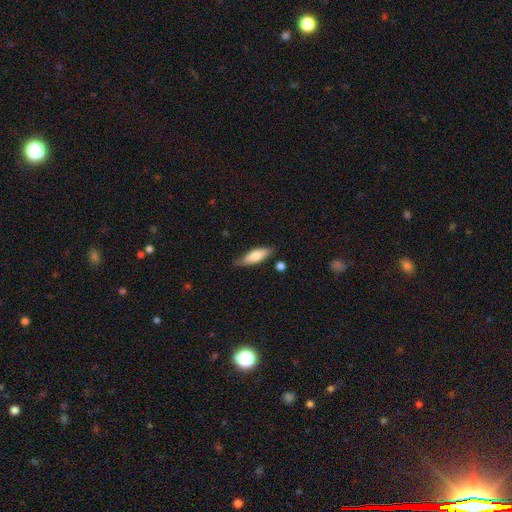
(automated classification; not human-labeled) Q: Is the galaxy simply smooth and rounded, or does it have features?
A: smooth — 68%.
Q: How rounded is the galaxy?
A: in between — 56%.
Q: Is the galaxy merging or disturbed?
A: none — 75%.